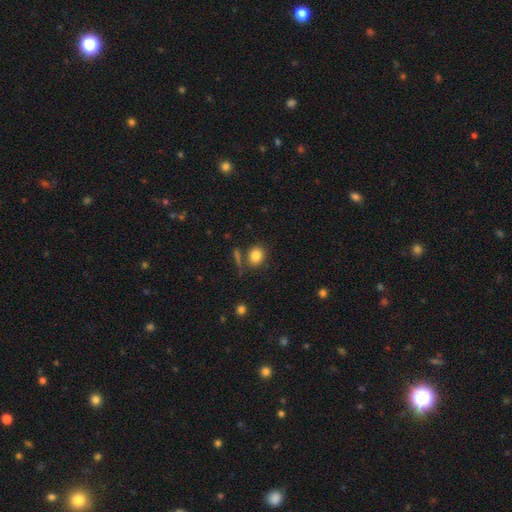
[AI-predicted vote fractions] Morphology: type=smooth (83%); roundness=round (68%); merging=none (72%).